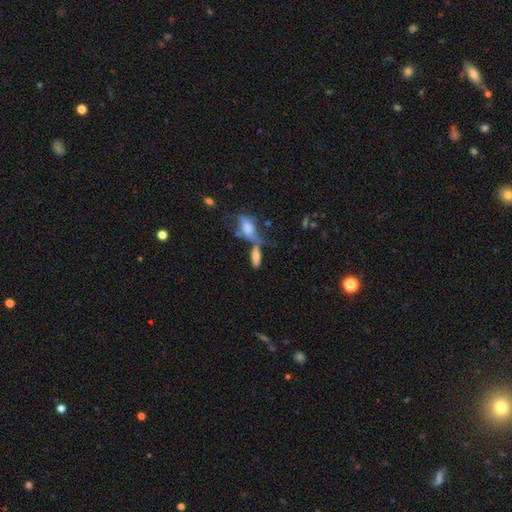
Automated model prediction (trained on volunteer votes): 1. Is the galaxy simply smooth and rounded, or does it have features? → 67% smooth, 22% featured or disk, 11% star or artifact.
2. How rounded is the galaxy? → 63% in between, 34% cigar-shaped, 3% round.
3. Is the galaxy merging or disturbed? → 41% merger, 39% none, 13% minor disturbance, 7% major disturbance.